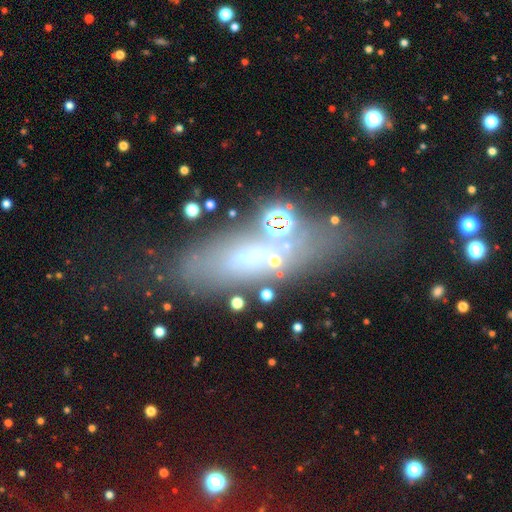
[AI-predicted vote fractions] Smooth or featured? Predicted: smooth (p=0.40). Merging? Predicted: none (p=0.50).